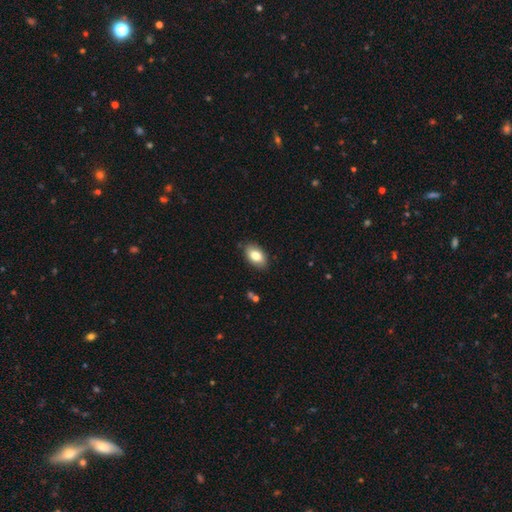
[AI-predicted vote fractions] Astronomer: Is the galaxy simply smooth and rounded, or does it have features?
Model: smooth — 82%.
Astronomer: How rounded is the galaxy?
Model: in between — 92%.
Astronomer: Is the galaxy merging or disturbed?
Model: none — 85%.